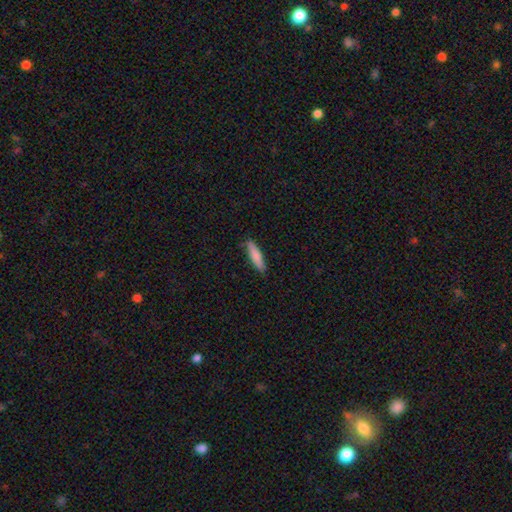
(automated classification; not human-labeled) Overall: smooth (81%). How rounded: cigar-shaped (79%). Merging: none (85%).